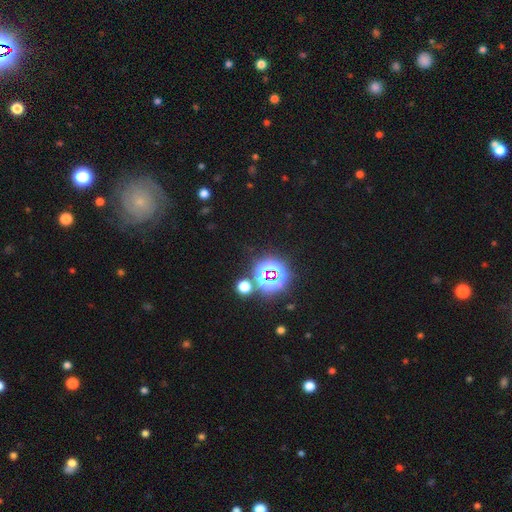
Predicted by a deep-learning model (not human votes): Smooth or featured: star or artifact — 77% (smooth — 14%)